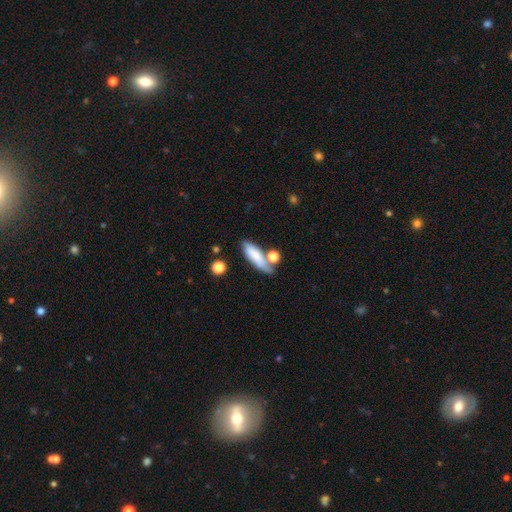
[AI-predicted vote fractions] Overall: smooth (76%). How rounded: in between (52%; cigar-shaped 44%). Merging: none (52%; merger 22%).